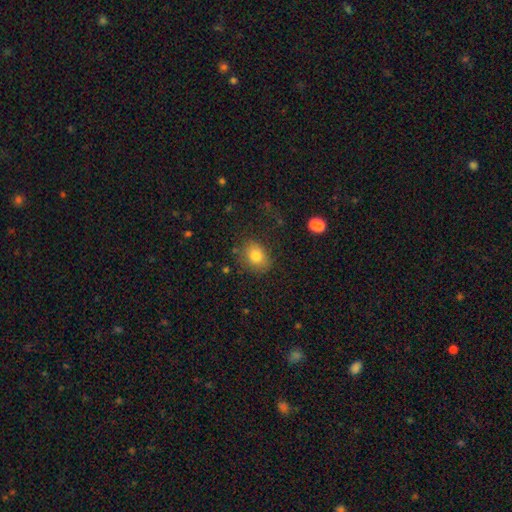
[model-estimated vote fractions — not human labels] A smooth galaxy with no disk features (80%) that is in between round and cigar-shaped (53%).

Vote fractions:
- Smooth or featured? smooth: 80% / star or artifact: 10% / featured or disk: 10%
- How rounded? in between: 53% / round: 46% / cigar-shaped: 1%
- Merging? none: 78% / minor disturbance: 15% / major disturbance: 5% / merger: 2%